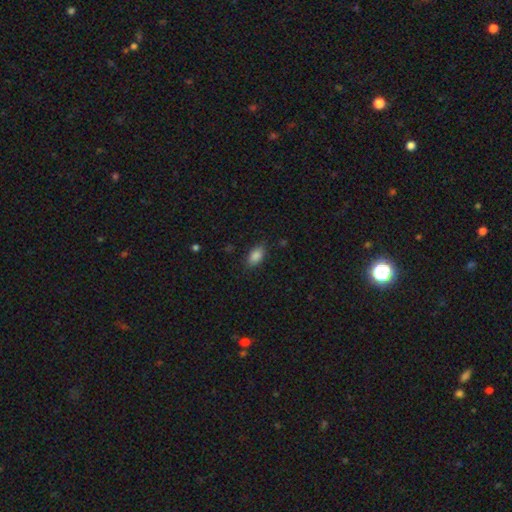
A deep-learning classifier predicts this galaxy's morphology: A smooth galaxy with no disk features (87%) that is in between round and cigar-shaped (90%).

Vote fractions:
- Smooth or featured? smooth: 87% / star or artifact: 9% / featured or disk: 5%
- How rounded? in between: 90% / round: 6% / cigar-shaped: 3%
- Merging? none: 81% / minor disturbance: 14% / major disturbance: 3% / merger: 1%